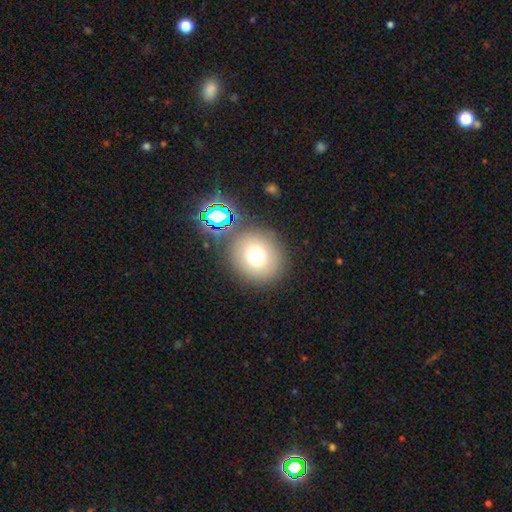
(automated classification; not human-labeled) A smooth galaxy with no disk features (68%) that is round (86%).

Vote fractions:
- Smooth or featured? smooth: 68% / star or artifact: 21% / featured or disk: 11%
- How rounded? round: 86% / in between: 13% / cigar-shaped: 1%
- Merging? none: 81% / minor disturbance: 8% / merger: 7% / major disturbance: 4%